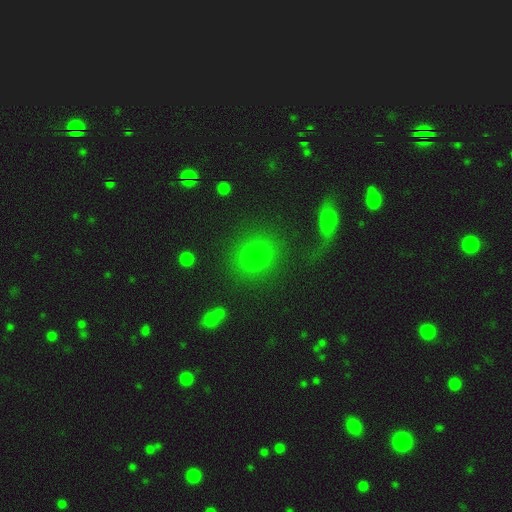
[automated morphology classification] smooth_or_featured: smooth (p=0.75) [alt: star or artifact p=0.15]
how_rounded: round (p=0.80) [alt: in between p=0.19]
merging: none (p=0.75) [alt: minor disturbance p=0.11]